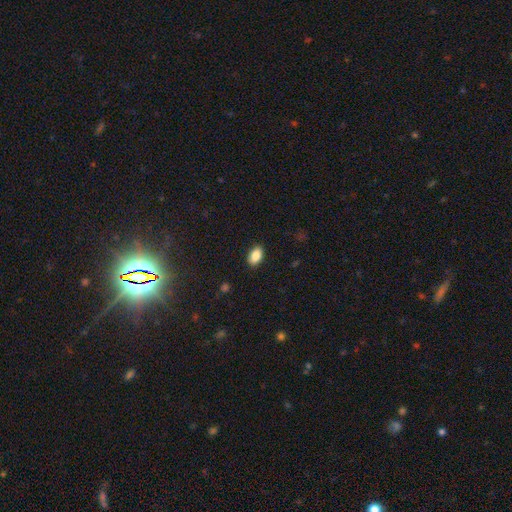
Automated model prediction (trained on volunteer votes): The model was most divided on "smooth or featured": smooth: 85%, star or artifact: 8%, featured or disk: 7%. More confident: how rounded — in between (90%); merging — none (88%).